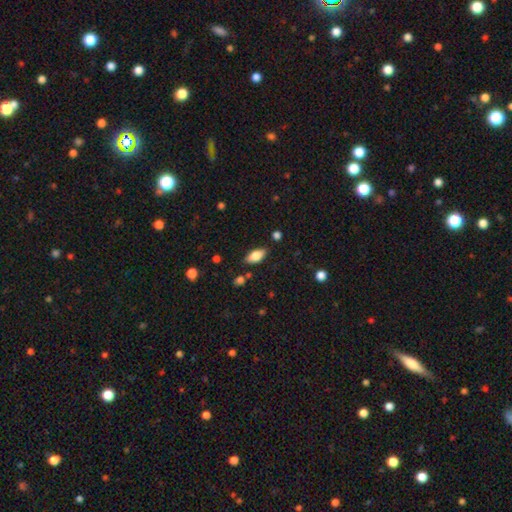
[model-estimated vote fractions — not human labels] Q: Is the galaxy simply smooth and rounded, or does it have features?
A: smooth — 78%.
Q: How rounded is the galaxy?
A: in between — 87%.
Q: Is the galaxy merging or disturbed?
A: none — 82%.